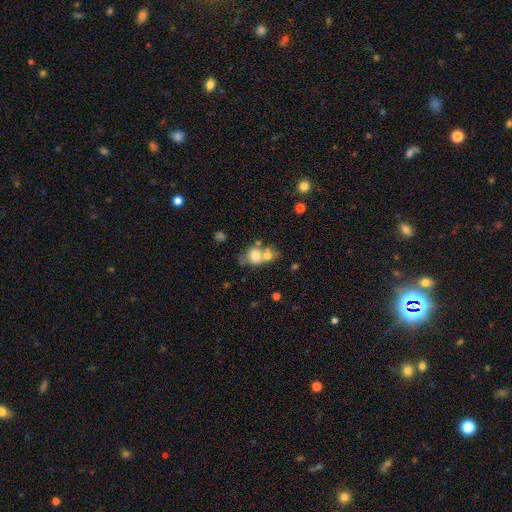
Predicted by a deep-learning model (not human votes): smooth_or_featured: smooth (p=0.70) [alt: featured or disk p=0.20]
how_rounded: round (p=0.63) [alt: in between p=0.35]
merging: merger (p=0.57) [alt: none p=0.27]